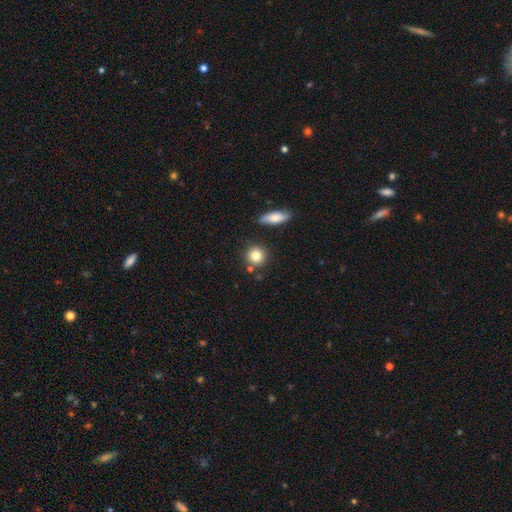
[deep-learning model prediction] Smooth or featured: smooth — 82% (star or artifact — 9%)
How rounded: round — 87% (in between — 11%)
Merging: none — 80% (minor disturbance — 9%)